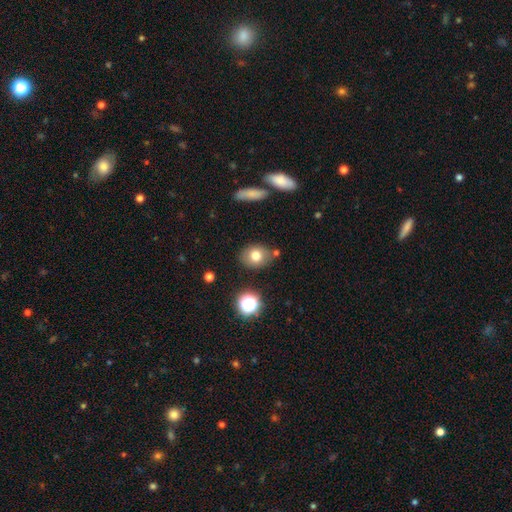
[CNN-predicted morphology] A smooth galaxy with no disk features (76%) that is in between round and cigar-shaped (54%). Merging: none (76%).